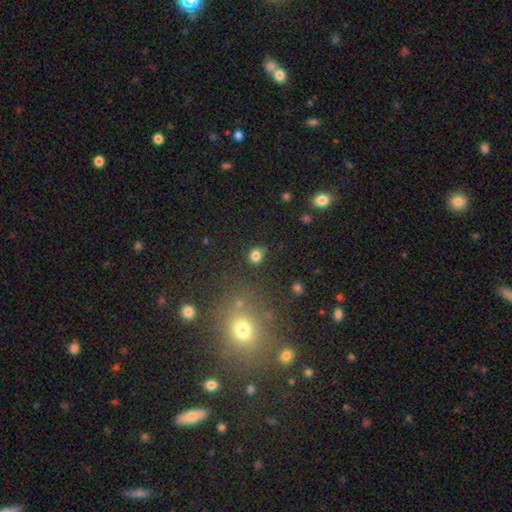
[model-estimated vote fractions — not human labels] smooth-or-featured: smooth: 81% | star or artifact: 13% | featured or disk: 6%
  how-rounded: round: 67% | in between: 32% | cigar-shaped: 1%
  merging: none: 77% | minor disturbance: 15% | major disturbance: 5% | merger: 4%